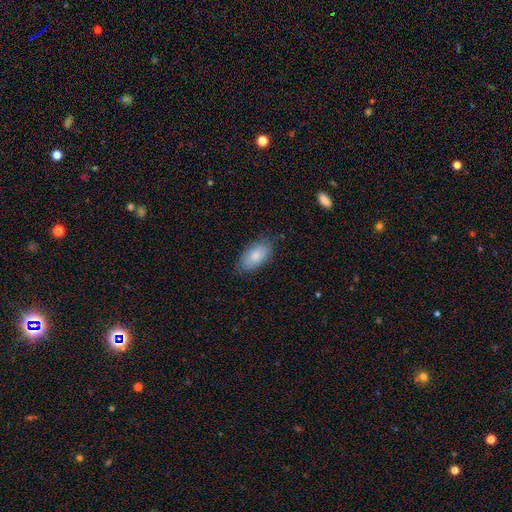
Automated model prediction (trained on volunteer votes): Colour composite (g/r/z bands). It shows a smooth galaxy with no disk features (83%) that is in between round and cigar-shaped (93%). Merging: none (78%).